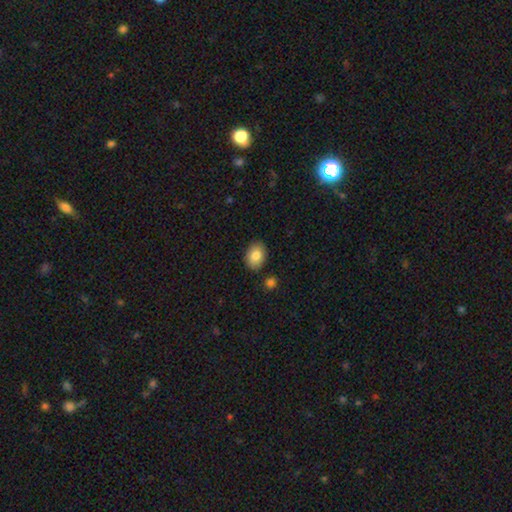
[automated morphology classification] Overall: smooth (84%). How rounded: in between (75%). Merging: none (86%).